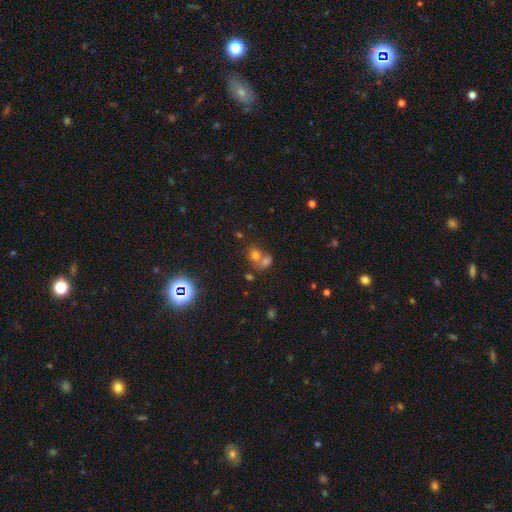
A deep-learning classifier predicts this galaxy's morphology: Q: Smooth or featured?
A: smooth (63%); runner-up: star or artifact (22%)
Q: How rounded?
A: round (62%); runner-up: in between (37%)
Q: Merging?
A: merger (60%); runner-up: none (30%)